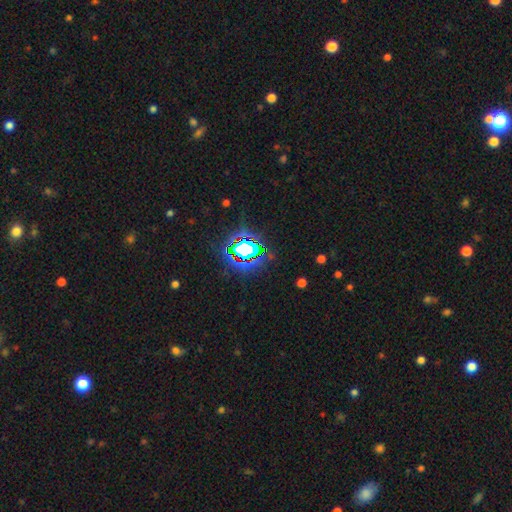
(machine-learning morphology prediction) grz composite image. It shows a star or artifact, not a galaxy (81%).